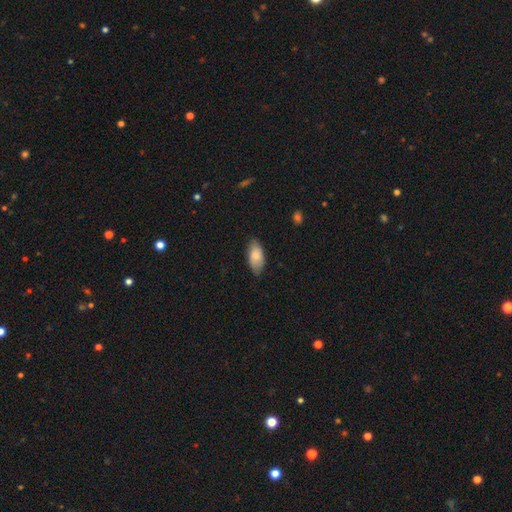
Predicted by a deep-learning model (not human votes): This appears to be a smooth galaxy with no disk features (81%) that is in between round and cigar-shaped (92%). Merging: none (79%).